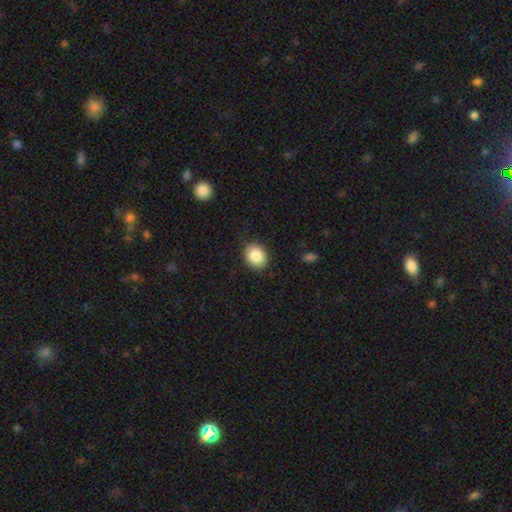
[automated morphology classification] smooth-or-featured: smooth: 87% | star or artifact: 8% | featured or disk: 5%
  how-rounded: in between: 50% | round: 49% | cigar-shaped: 1%
  merging: none: 88% | minor disturbance: 9% | major disturbance: 2% | merger: 1%